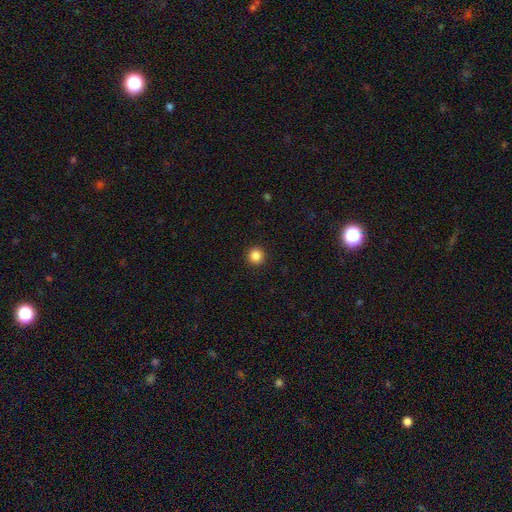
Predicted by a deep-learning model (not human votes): smooth_or_featured: smooth (p=0.86) [alt: star or artifact p=0.11]
how_rounded: round (p=0.96) [alt: in between p=0.03]
merging: none (p=0.93) [alt: minor disturbance p=0.04]